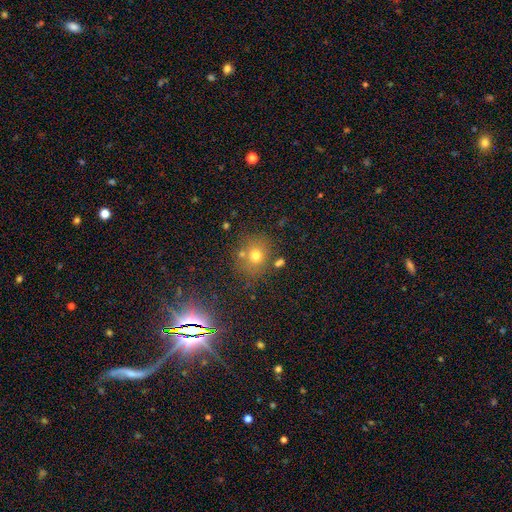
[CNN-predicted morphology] type=smooth (70%); roundness=round (75%); merging=none (71%).